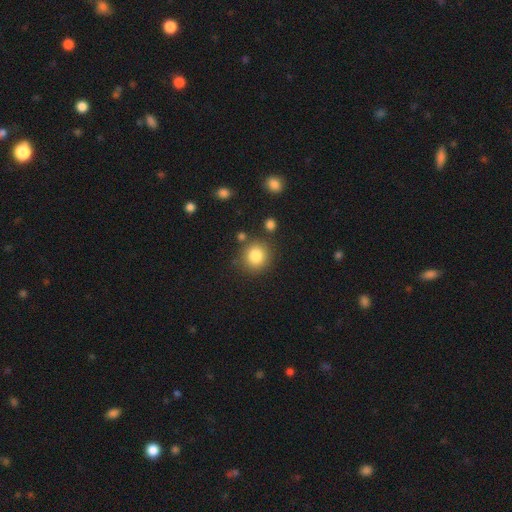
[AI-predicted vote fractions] A smooth galaxy with no disk features (83%) that is round (87%).

Vote fractions:
- Smooth or featured? smooth: 83% / star or artifact: 10% / featured or disk: 7%
- How rounded? round: 87% / in between: 13% / cigar-shaped: 1%
- Merging? none: 81% / minor disturbance: 10% / merger: 6% / major disturbance: 3%